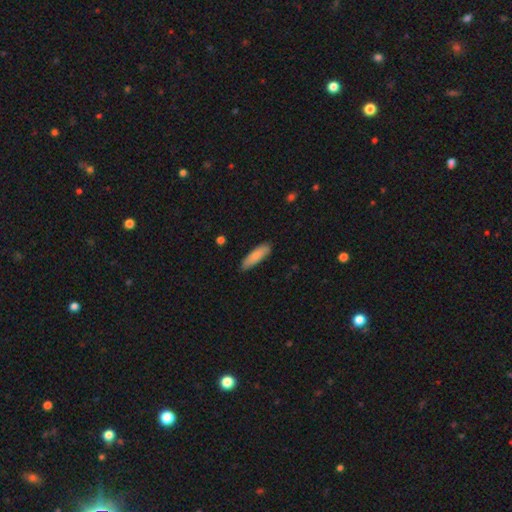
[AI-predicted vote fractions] Smooth or featured? Predicted: smooth (p=0.85). How rounded? Predicted: cigar-shaped (p=0.63). Merging? Predicted: none (p=0.82).